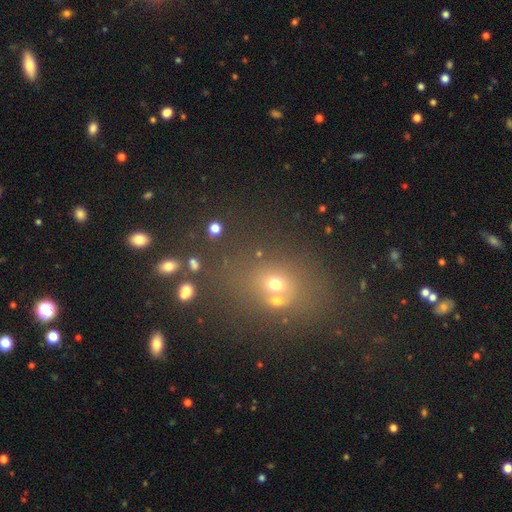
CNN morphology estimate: The model was most divided on "smooth or featured": star or artifact: 46%, smooth: 43%, featured or disk: 12%.